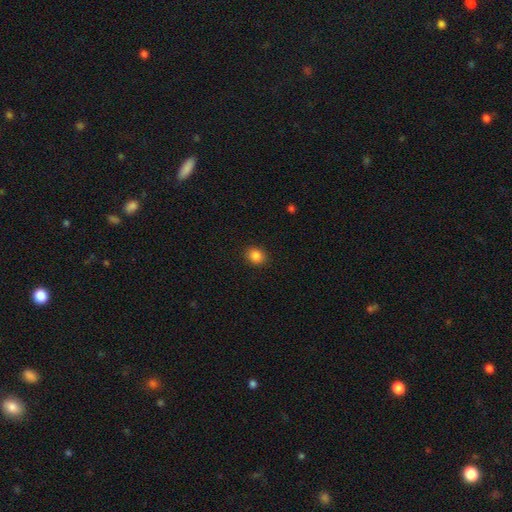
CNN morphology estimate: Q: Smooth or featured?
A: smooth (85%); runner-up: star or artifact (11%)
Q: How rounded?
A: round (70%); runner-up: in between (29%)
Q: Merging?
A: none (91%); runner-up: minor disturbance (6%)